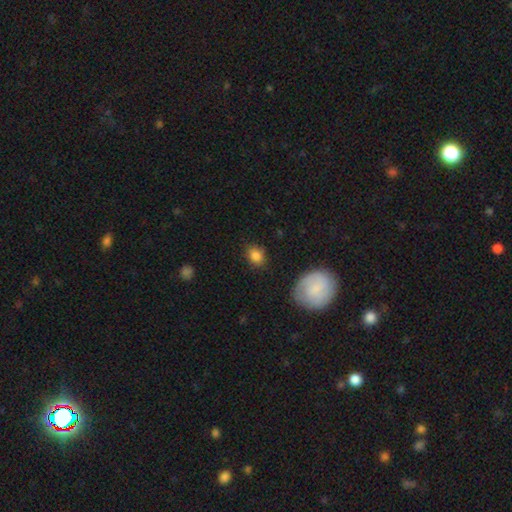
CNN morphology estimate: This is clearly a smooth galaxy (83%). How rounded: possibly in between (50%). Merging: clearly none (83%).